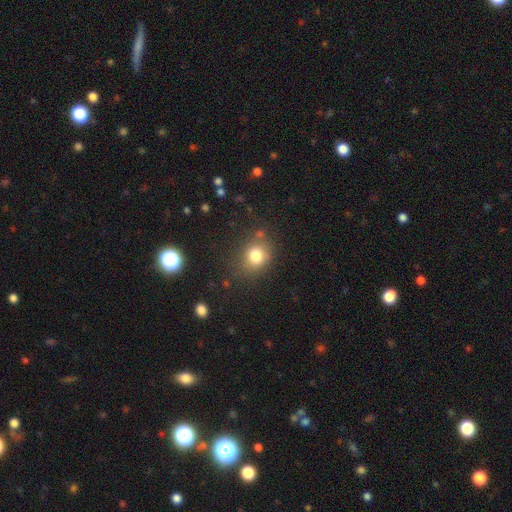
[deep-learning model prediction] smooth 79%, star or artifact 13%, featured or disk 9%. Down the decision tree: how rounded — round (66%); merging — none (72%).